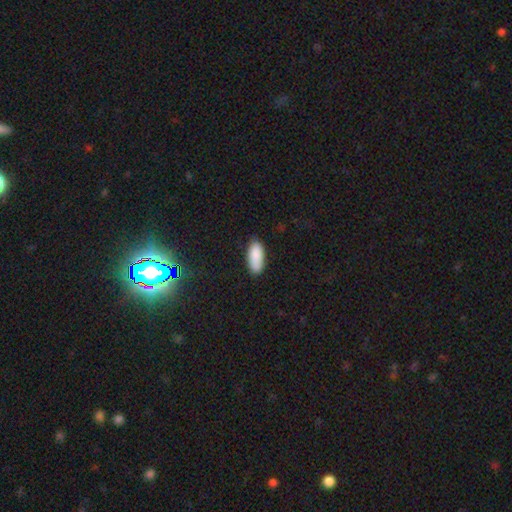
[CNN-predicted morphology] smooth-or-featured: smooth: 88% | star or artifact: 6% | featured or disk: 6%
  how-rounded: in between: 87% | cigar-shaped: 11% | round: 2%
  merging: none: 77% | minor disturbance: 18% | major disturbance: 3% | merger: 2%